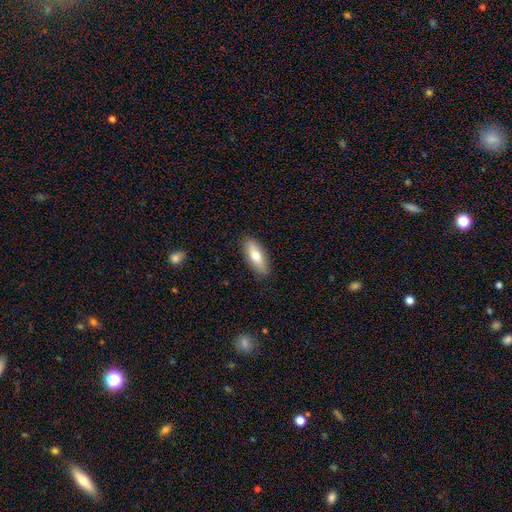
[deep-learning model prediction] smooth_or_featured: smooth (p=0.69) [alt: featured or disk p=0.25]
how_rounded: in between (p=0.68) [alt: cigar-shaped p=0.29]
merging: none (p=0.87) [alt: minor disturbance p=0.10]